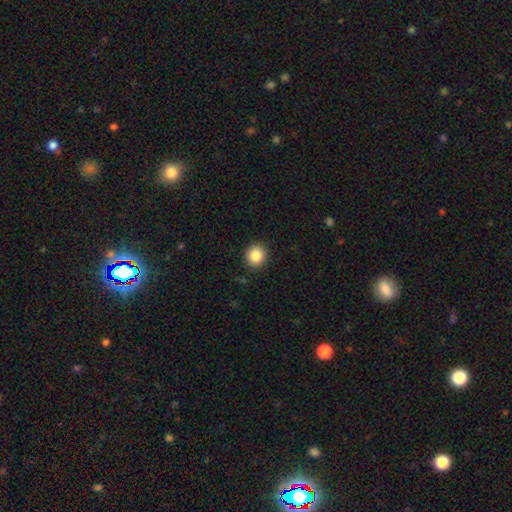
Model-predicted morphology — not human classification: Smooth or featured? smooth (86%)
How rounded? round (86%)
Merging? none (91%)